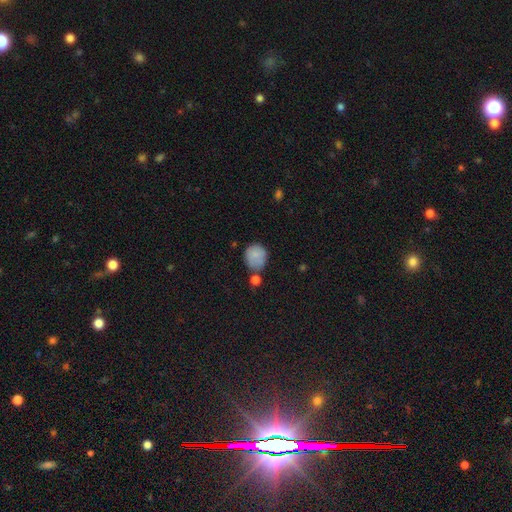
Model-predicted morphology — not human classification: smooth_or_featured: smooth (p=0.83) [alt: featured or disk p=0.09]
how_rounded: round (p=0.78) [alt: in between p=0.21]
merging: none (p=0.57) [alt: minor disturbance p=0.22]